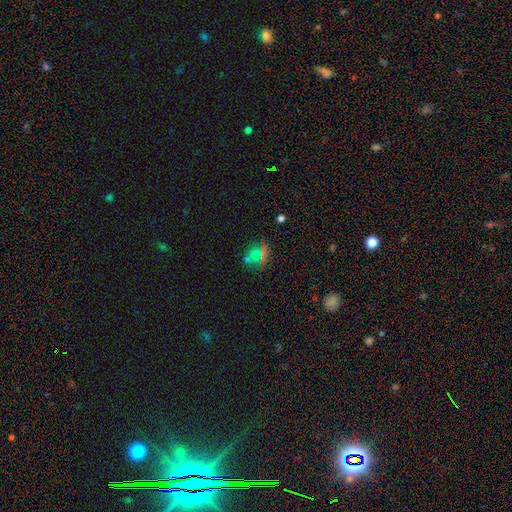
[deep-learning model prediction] This appears to be a smooth galaxy with no disk features (48%). Merging: none (64%).